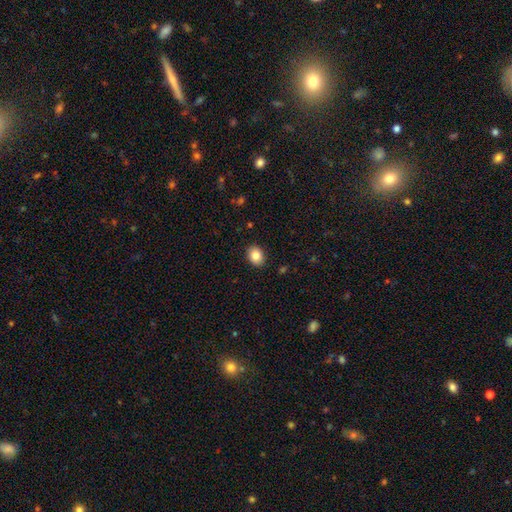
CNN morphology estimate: This appears to be a smooth galaxy with no disk features (86%) that is in between round and cigar-shaped (59%). Merging: none (90%).